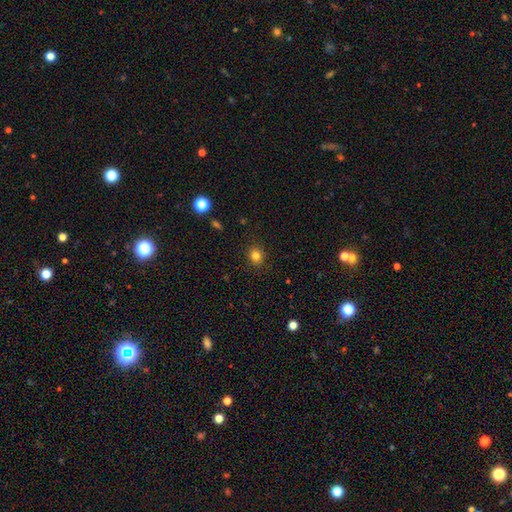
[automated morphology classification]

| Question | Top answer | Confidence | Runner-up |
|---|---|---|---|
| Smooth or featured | smooth | 81% | star or artifact (13%) |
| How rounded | round | 80% | in between (19%) |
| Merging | none | 89% | minor disturbance (7%) |